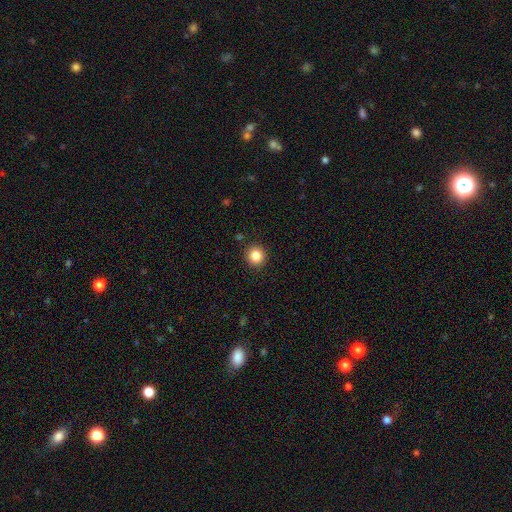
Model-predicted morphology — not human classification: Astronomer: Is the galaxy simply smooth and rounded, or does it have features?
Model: smooth — 84%.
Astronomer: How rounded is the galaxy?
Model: round — 93%.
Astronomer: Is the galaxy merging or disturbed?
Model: none — 92%.